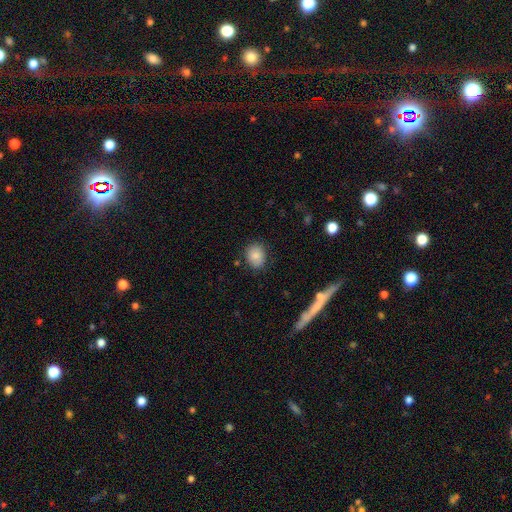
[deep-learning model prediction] This appears to be a smooth galaxy with no disk features (84%) that is round (51%). Merging: none (81%).